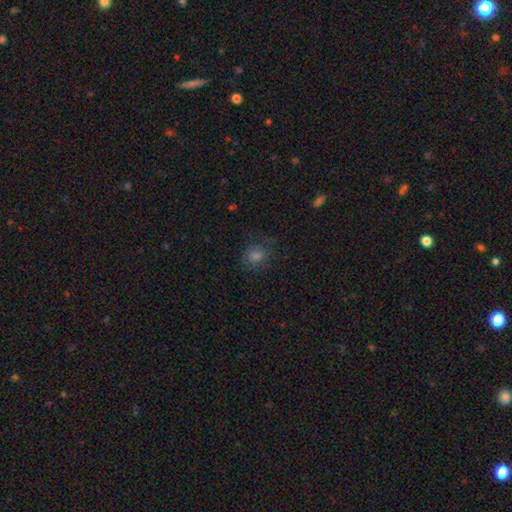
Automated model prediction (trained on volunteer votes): Smooth or featured? smooth (62%)
How rounded? round (65%)
Merging? none (74%)